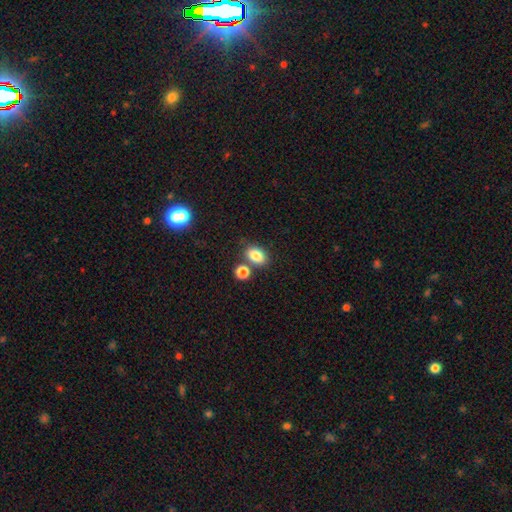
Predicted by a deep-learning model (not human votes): This is clearly a smooth galaxy (83%). How rounded: likely in between (78%). Merging: likely none (67%).